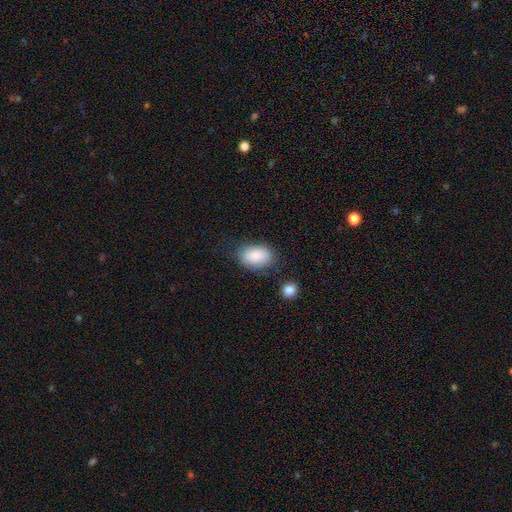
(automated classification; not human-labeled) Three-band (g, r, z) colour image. It shows a smooth galaxy with no disk features (87%) that is in between round and cigar-shaped (86%). Merging: none (70%).